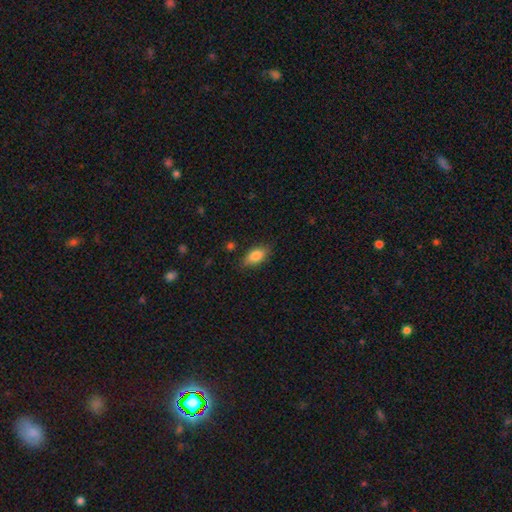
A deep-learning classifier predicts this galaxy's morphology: The model was most divided on "merging": none: 80%, minor disturbance: 16%, major disturbance: 3%, merger: 1%. More confident: how rounded — in between (90%); smooth or featured — smooth (85%).